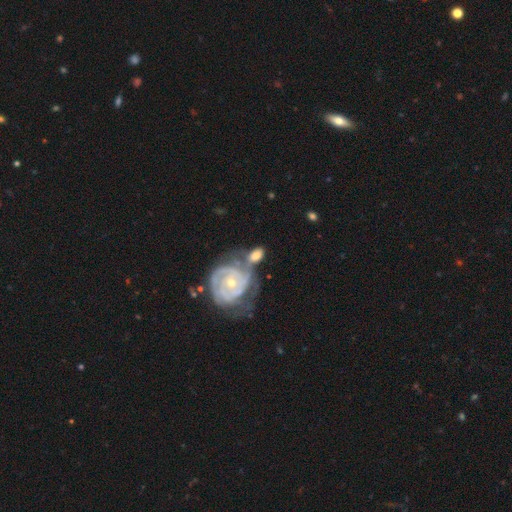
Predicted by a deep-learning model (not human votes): This appears to be a featured or disk galaxy (61%) with no bar (69%), spiral arms (84%) and a small central bulge (55%). Merging: merger (36%).